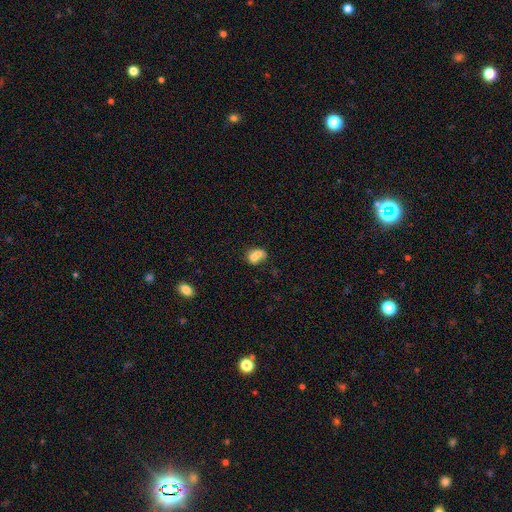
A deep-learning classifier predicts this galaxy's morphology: smooth-or-featured: smooth: 70% | featured or disk: 20% | star or artifact: 10%
  how-rounded: in between: 61% | round: 38% | cigar-shaped: 2%
  merging: merger: 58% | none: 25% | minor disturbance: 11% | major disturbance: 6%